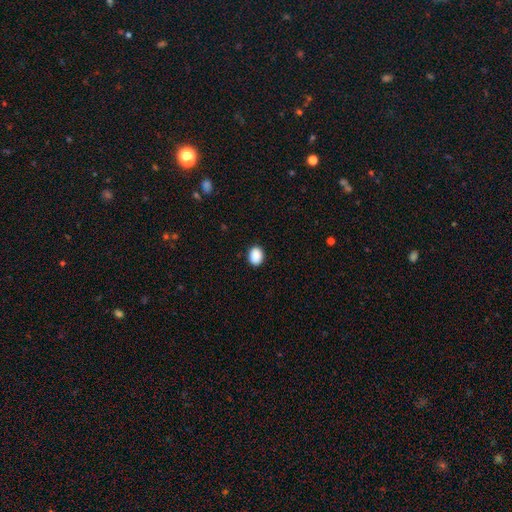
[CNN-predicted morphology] smooth 90%, star or artifact 8%, featured or disk 3%. Down the decision tree: how rounded — in between (61%); merging — none (88%).